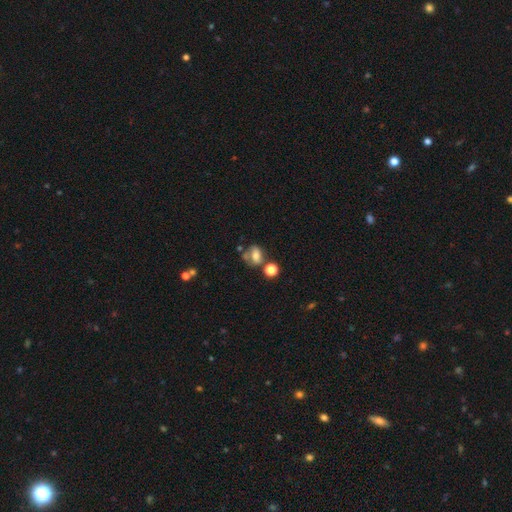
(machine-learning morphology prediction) smooth_or_featured: smooth (p=0.63) [alt: featured or disk p=0.23]
how_rounded: in between (p=0.64) [alt: round p=0.35]
merging: none (p=0.44) [alt: merger p=0.24]